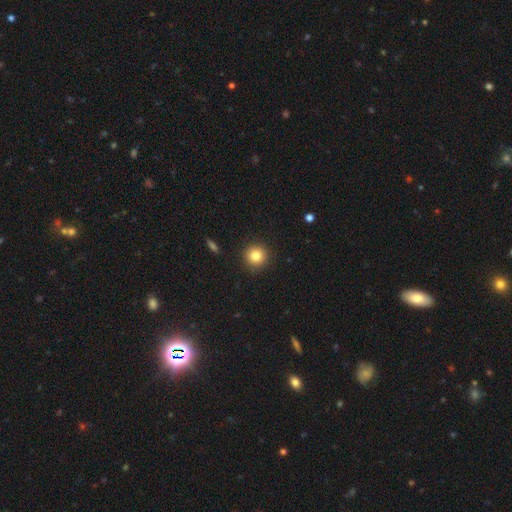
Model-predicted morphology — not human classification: Smooth or featured?
  - smooth: 83% *
  - star or artifact: 11%
  - featured or disk: 7%
How rounded?
  - round: 93% *
  - in between: 6%
  - cigar-shaped: 1%
Merging?
  - none: 91% *
  - minor disturbance: 6%
  - major disturbance: 2%
  - merger: 1%